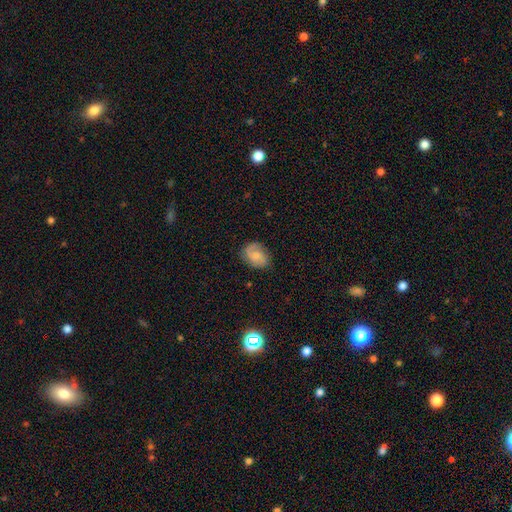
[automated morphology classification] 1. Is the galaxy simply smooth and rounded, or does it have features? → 48% smooth, 44% featured or disk, 8% star or artifact.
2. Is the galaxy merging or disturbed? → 72% none, 20% minor disturbance, 7% major disturbance, 1% merger.